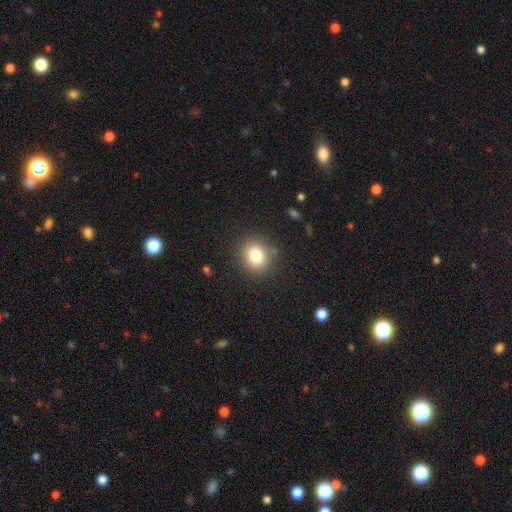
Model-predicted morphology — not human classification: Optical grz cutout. It shows a smooth galaxy with no disk features (80%) that is round (74%). Merging: none (86%).